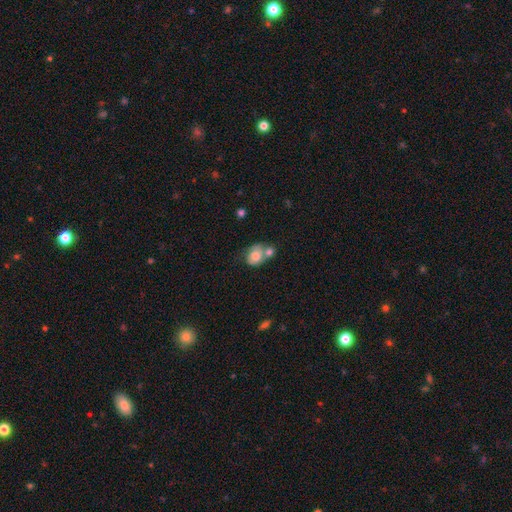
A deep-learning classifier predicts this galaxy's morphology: A smooth galaxy with no disk features (71%) that is in between round and cigar-shaped (60%).

Vote fractions:
- Smooth or featured? smooth: 71% / featured or disk: 21% / star or artifact: 8%
- How rounded? in between: 60% / round: 39% / cigar-shaped: 1%
- Merging? merger: 46% / none: 31% / minor disturbance: 16% / major disturbance: 7%